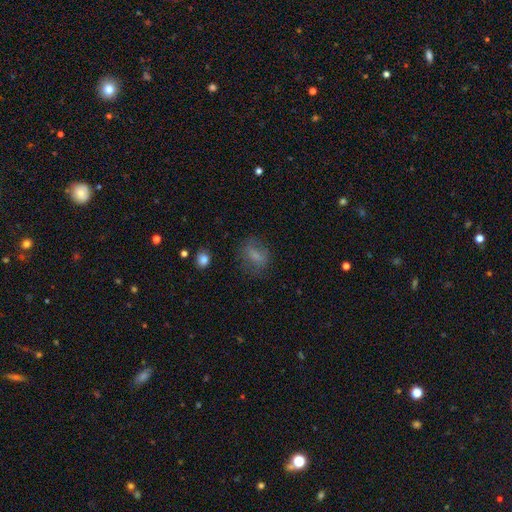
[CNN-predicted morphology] A smooth galaxy with no disk features (68%) that is in between round and cigar-shaped (65%). Merging: none (69%).